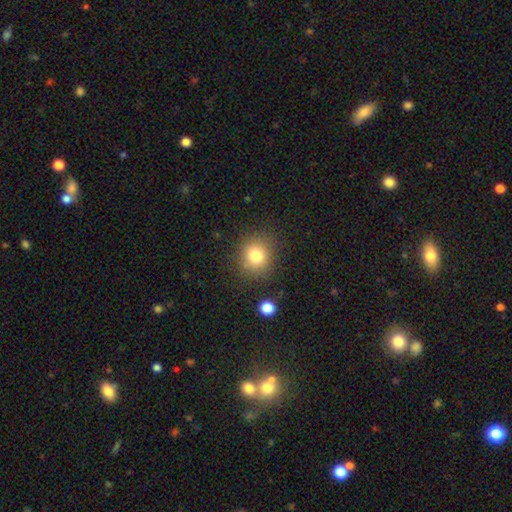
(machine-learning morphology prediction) A smooth galaxy with no disk features (79%) that is round (85%). Merging: none (85%).